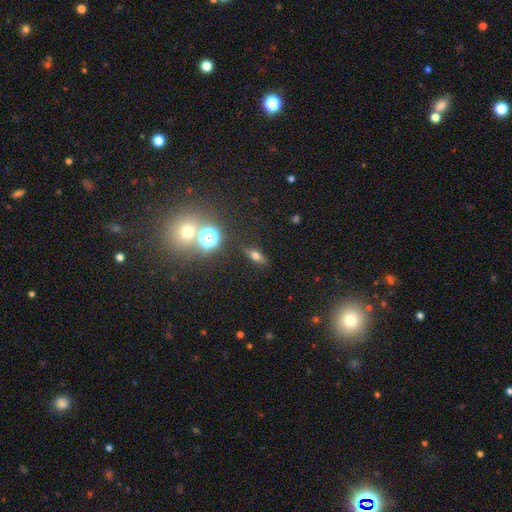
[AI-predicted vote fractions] Smooth or featured?
  - smooth: 50% *
  - featured or disk: 31%
  - star or artifact: 18%
How rounded?
  - in between: 50% *
  - cigar-shaped: 35%
  - round: 15%
Merging?
  - none: 85% *
  - minor disturbance: 9%
  - major disturbance: 3%
  - merger: 2%